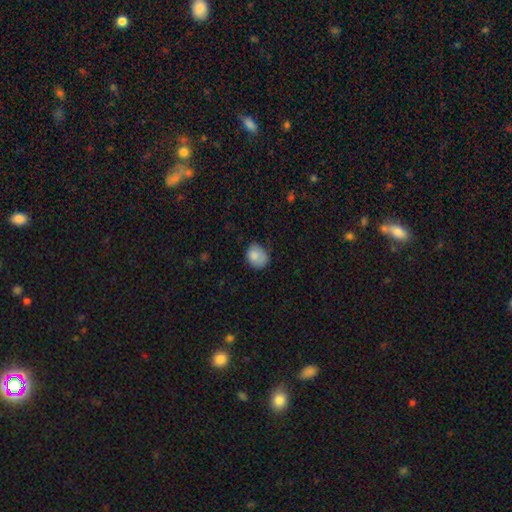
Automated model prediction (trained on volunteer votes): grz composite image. It shows a smooth galaxy with no disk features (83%) that is in between round and cigar-shaped (54%). Merging: none (54%).